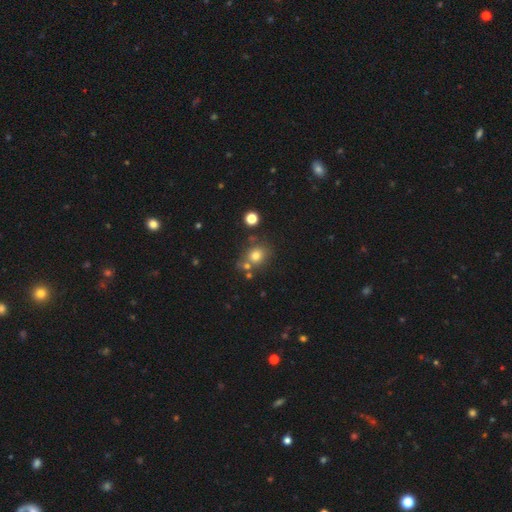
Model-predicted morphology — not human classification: type=smooth (75%); roundness=round (73%); merging=none (67%).